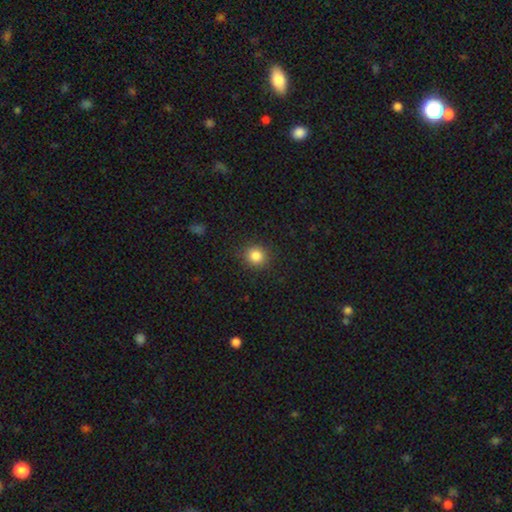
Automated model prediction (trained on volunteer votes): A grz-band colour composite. It shows a smooth galaxy with no disk features (84%) that is round (88%). Merging: none (89%).